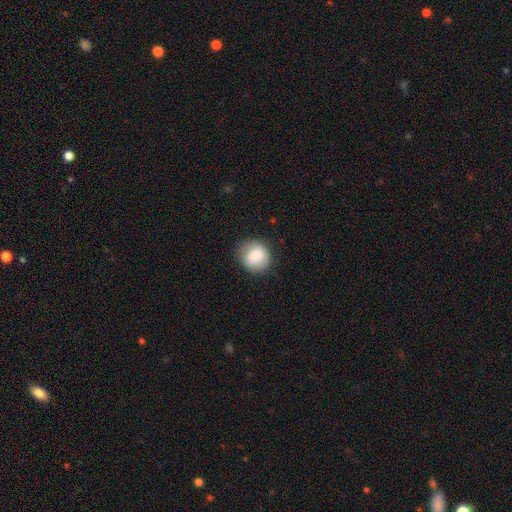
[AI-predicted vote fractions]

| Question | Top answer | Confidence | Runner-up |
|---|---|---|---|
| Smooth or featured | smooth | 79% | featured or disk (13%) |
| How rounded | round | 81% | in between (18%) |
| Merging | none | 80% | minor disturbance (15%) |